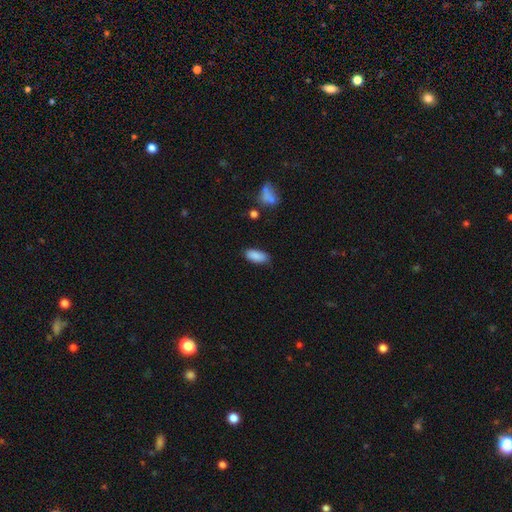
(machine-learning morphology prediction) smooth 88%, star or artifact 7%, featured or disk 5%. Down the decision tree: how rounded — in between (88%); merging — none (77%).